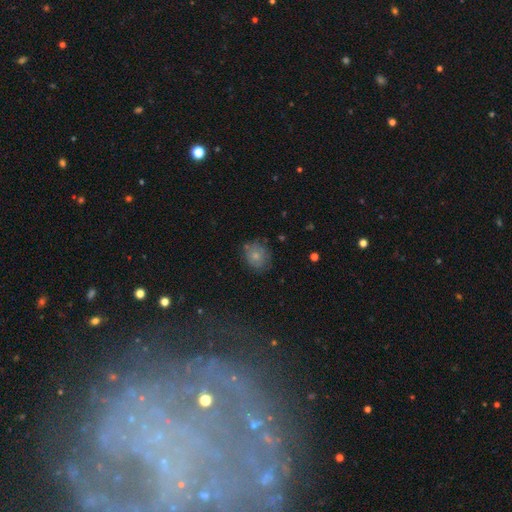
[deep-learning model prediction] The model was most divided on "how rounded": round: 66%, in between: 33%, cigar-shaped: 1%. More confident: smooth or featured — smooth (68%); merging — none (67%).